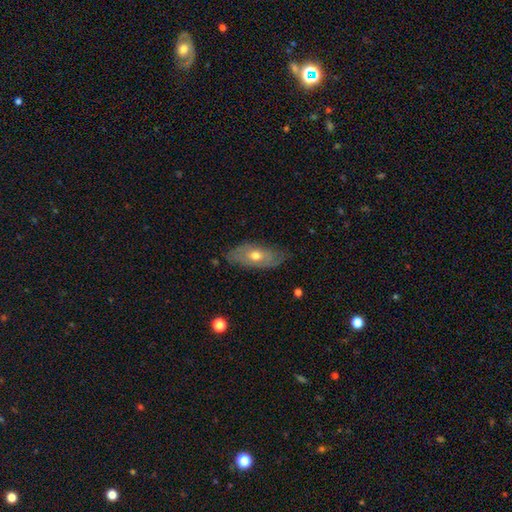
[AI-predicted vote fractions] Smooth or featured? featured or disk (47%)
Merging? none (72%)